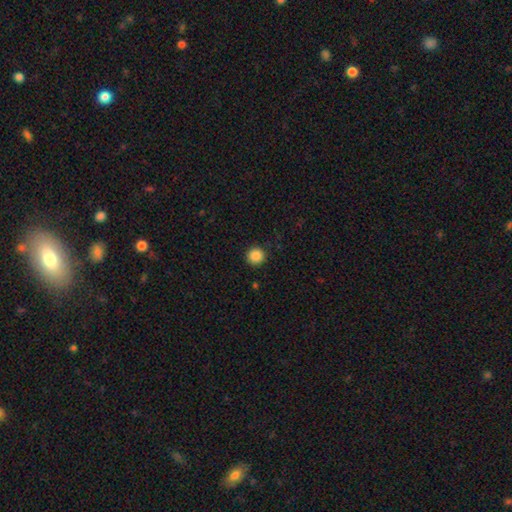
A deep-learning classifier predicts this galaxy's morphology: smooth 88%, star or artifact 10%, featured or disk 3%. Down the decision tree: how rounded — round (95%); merging — none (92%).